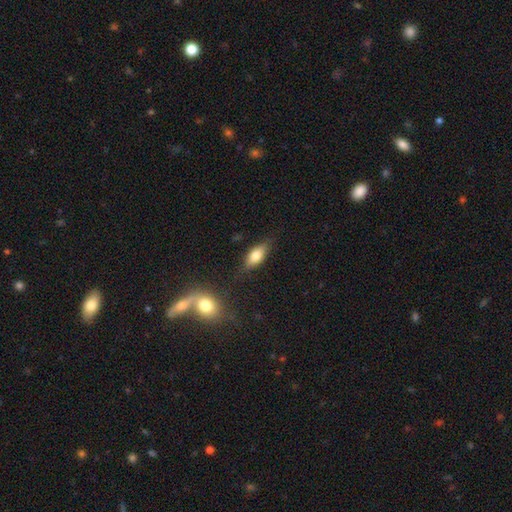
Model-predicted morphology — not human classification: smooth 71%, featured or disk 21%, star or artifact 8%. Down the decision tree: how rounded — in between (78%); merging — none (79%).